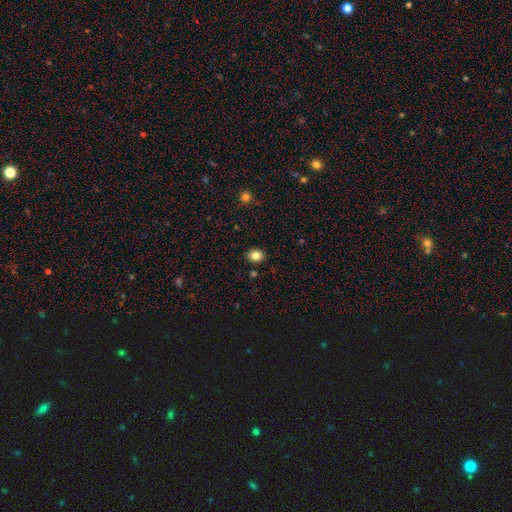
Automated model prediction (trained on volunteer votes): This is clearly a smooth galaxy (83%). How rounded: possibly round (59%). Merging: clearly none (88%).